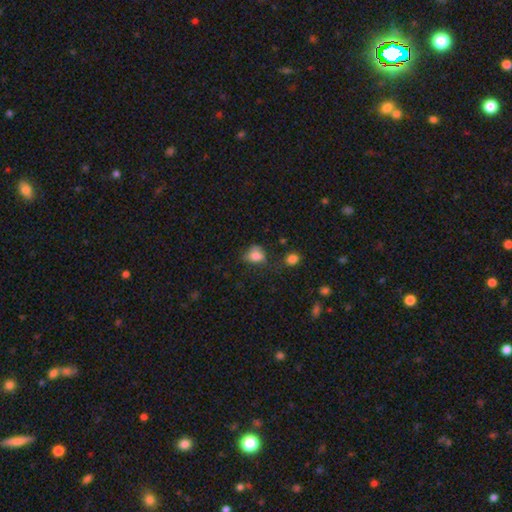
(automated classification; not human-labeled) Smooth or featured?
  - smooth: 77% *
  - star or artifact: 11%
  - featured or disk: 11%
How rounded?
  - in between: 64% *
  - round: 34%
  - cigar-shaped: 2%
Merging?
  - none: 36% *
  - minor disturbance: 34%
  - major disturbance: 22%
  - merger: 8%